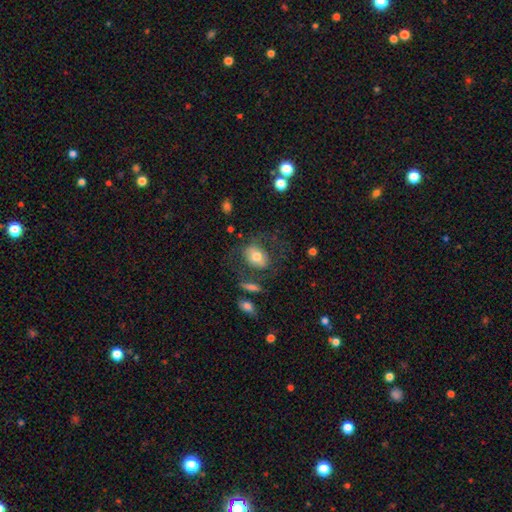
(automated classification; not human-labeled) A smooth galaxy with no disk features (58%) that is in between round and cigar-shaped (71%).

Vote fractions:
- Smooth or featured? smooth: 58% / featured or disk: 33% / star or artifact: 9%
- How rounded? in between: 71% / round: 27% / cigar-shaped: 2%
- Merging? none: 57% / major disturbance: 19% / minor disturbance: 19% / merger: 6%